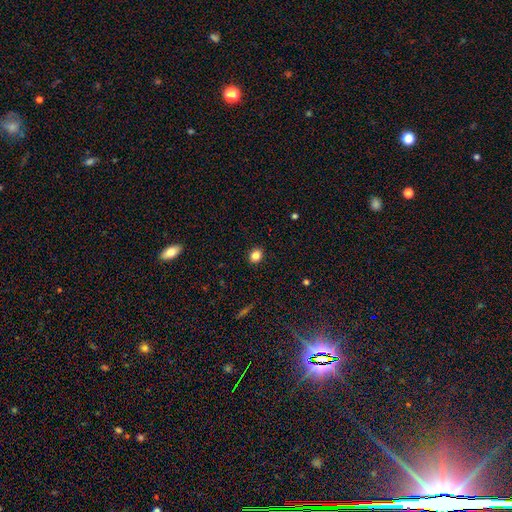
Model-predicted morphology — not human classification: The model was most divided on "how rounded": round: 58%, in between: 41%, cigar-shaped: 1%. More confident: merging — none (91%); smooth or featured — smooth (84%).